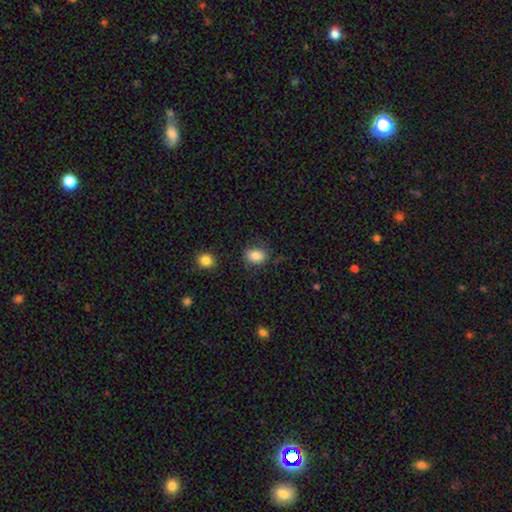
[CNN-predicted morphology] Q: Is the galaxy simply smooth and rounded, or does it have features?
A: smooth — 84%.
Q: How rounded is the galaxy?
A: in between — 60%.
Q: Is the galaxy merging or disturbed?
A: none — 75%.